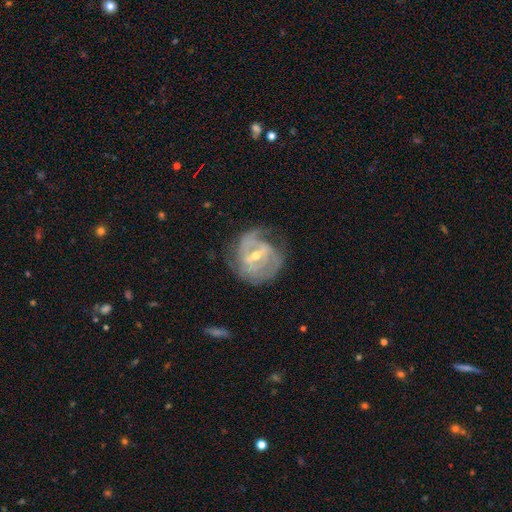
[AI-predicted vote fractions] This appears to be a featured or disk galaxy (84%) with a weak bar (44%), 2 (40%) tight (51%) spiral arms (86%) and a small central bulge (50%). Merging: none (62%).